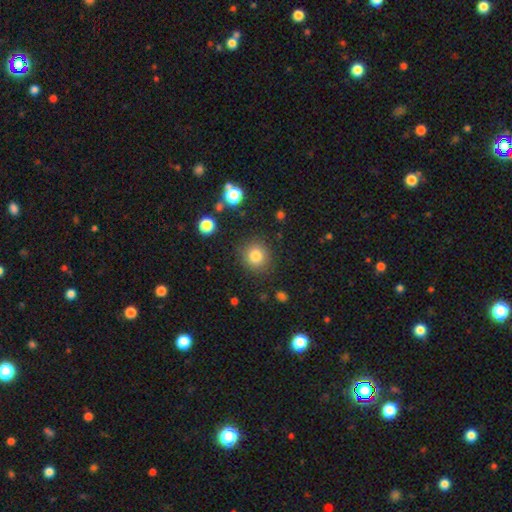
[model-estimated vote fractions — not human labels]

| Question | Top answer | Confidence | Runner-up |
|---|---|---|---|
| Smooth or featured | smooth | 82% | star or artifact (12%) |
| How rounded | round | 90% | in between (9%) |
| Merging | none | 86% | minor disturbance (8%) |